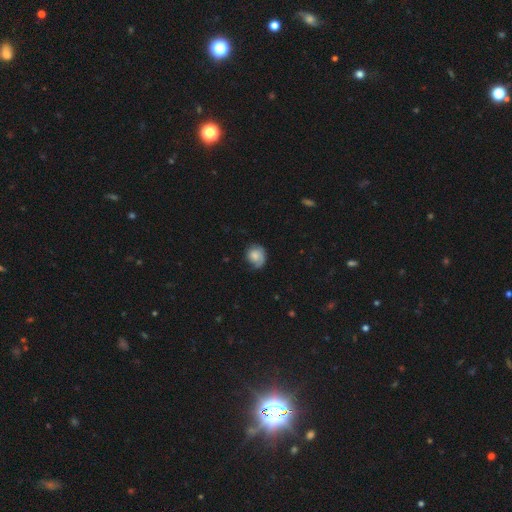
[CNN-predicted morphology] A smooth galaxy with no disk features (63%) that is round (70%). Merging: none (55%).